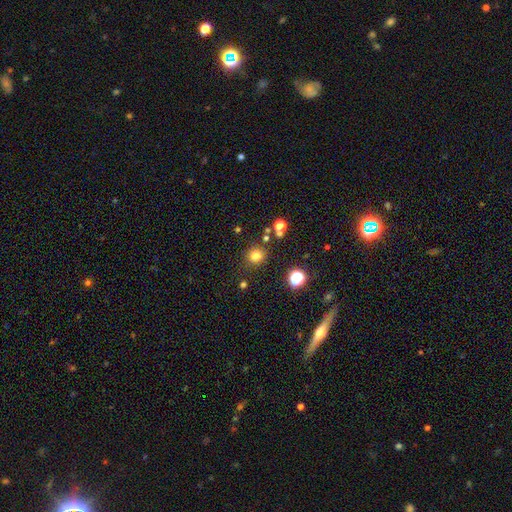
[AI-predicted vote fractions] smooth 78%, star or artifact 17%, featured or disk 5%. Down the decision tree: how rounded — round (85%); merging — none (82%).